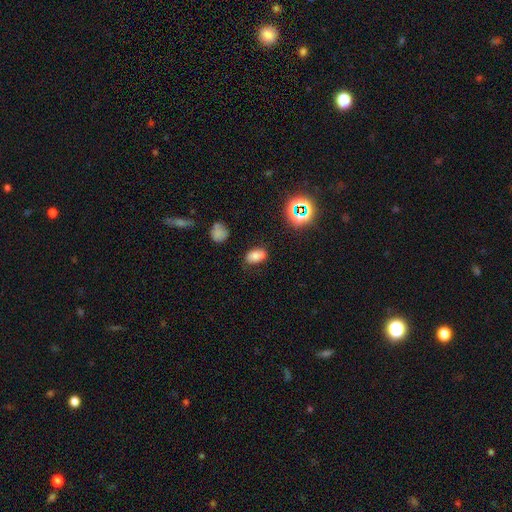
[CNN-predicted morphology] Smooth or featured?
  - smooth: 73% *
  - star or artifact: 16%
  - featured or disk: 11%
How rounded?
  - in between: 89% *
  - round: 9%
  - cigar-shaped: 2%
Merging?
  - none: 73% *
  - minor disturbance: 19%
  - major disturbance: 5%
  - merger: 3%